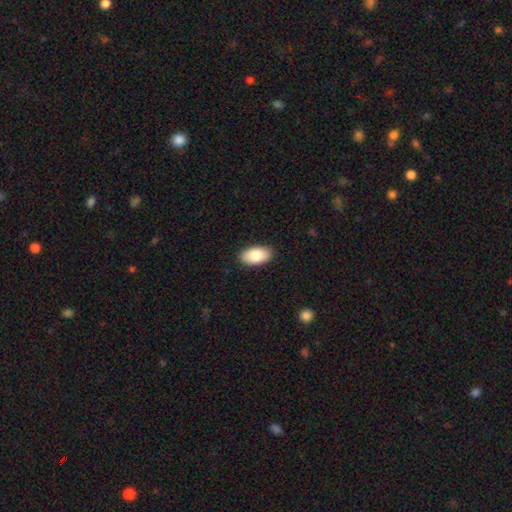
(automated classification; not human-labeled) smooth_or_featured: smooth (p=0.86) [alt: featured or disk p=0.08]
how_rounded: in between (p=0.95) [alt: round p=0.03]
merging: none (p=0.89) [alt: minor disturbance p=0.08]